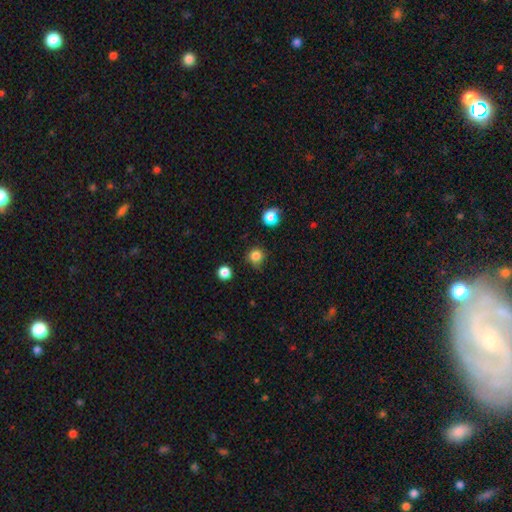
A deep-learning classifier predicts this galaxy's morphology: Smooth or featured: smooth — 81% (star or artifact — 15%)
How rounded: round — 91% (in between — 8%)
Merging: none — 79% (minor disturbance — 15%)